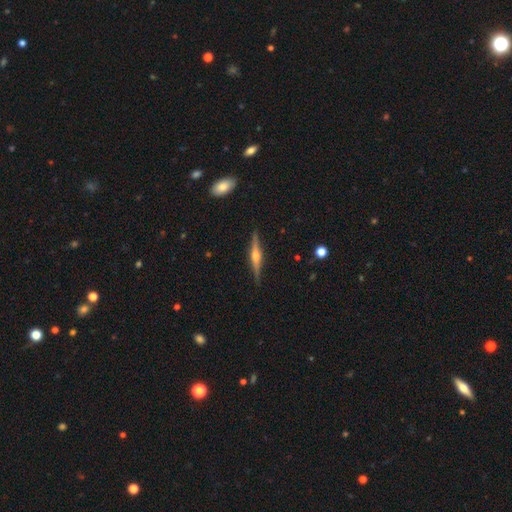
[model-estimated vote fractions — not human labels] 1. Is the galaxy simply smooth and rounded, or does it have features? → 78% featured or disk, 17% smooth, 6% star or artifact.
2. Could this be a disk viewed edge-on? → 98% yes, 2% no.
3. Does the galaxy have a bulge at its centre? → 91% rounded, 6% boxy, 3% none.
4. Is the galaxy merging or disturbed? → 90% none, 7% minor disturbance, 2% major disturbance, 1% merger.